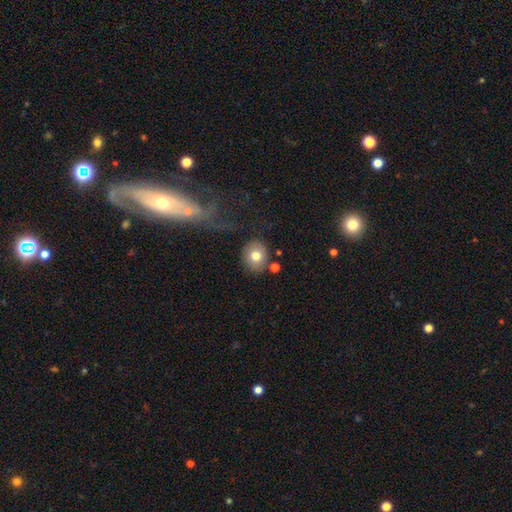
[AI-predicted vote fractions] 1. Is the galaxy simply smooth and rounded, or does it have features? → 76% smooth, 15% featured or disk, 9% star or artifact.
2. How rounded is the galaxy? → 81% round, 18% in between, 1% cigar-shaped.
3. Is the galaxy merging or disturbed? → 78% none, 11% minor disturbance, 6% merger, 4% major disturbance.